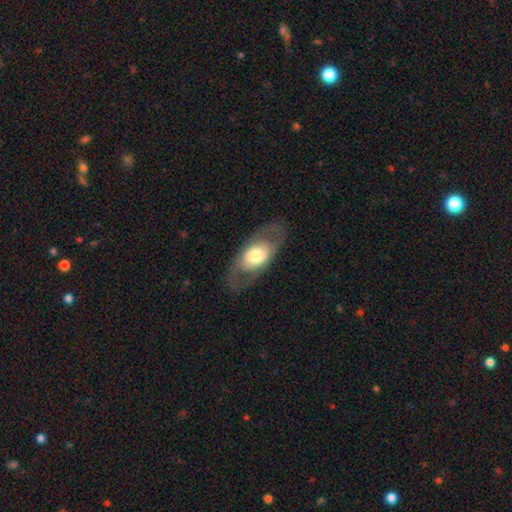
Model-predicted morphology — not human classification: featured or disk 49%, smooth 45%, star or artifact 6%. Down the decision tree: merging — none (77%).